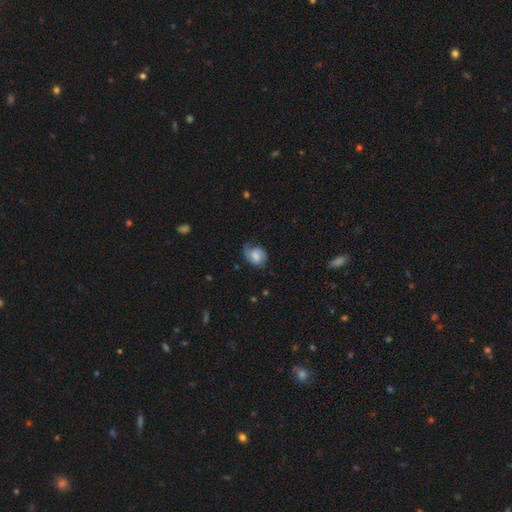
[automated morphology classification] A smooth galaxy with no disk features (54%) that is in between round and cigar-shaped (51%).

Vote fractions:
- Smooth or featured? smooth: 54% / featured or disk: 38% / star or artifact: 8%
- How rounded? in between: 51% / round: 48% / cigar-shaped: 1%
- Merging? none: 47% / minor disturbance: 34% / major disturbance: 18% / merger: 2%